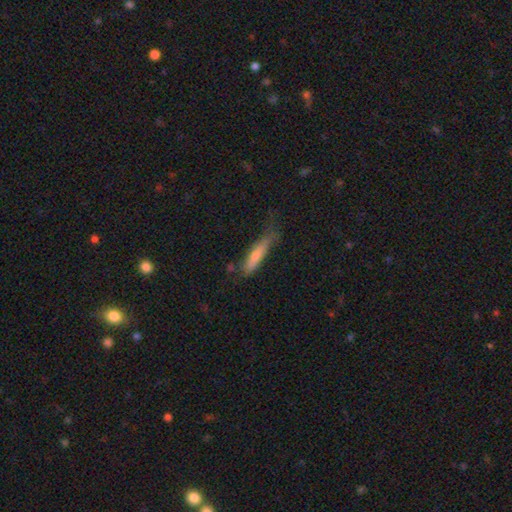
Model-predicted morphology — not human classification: smooth-or-featured: smooth: 69% | featured or disk: 24% | star or artifact: 7%
  how-rounded: cigar-shaped: 84% | in between: 14% | round: 2%
  merging: none: 50% | minor disturbance: 34% | major disturbance: 12% | merger: 4%